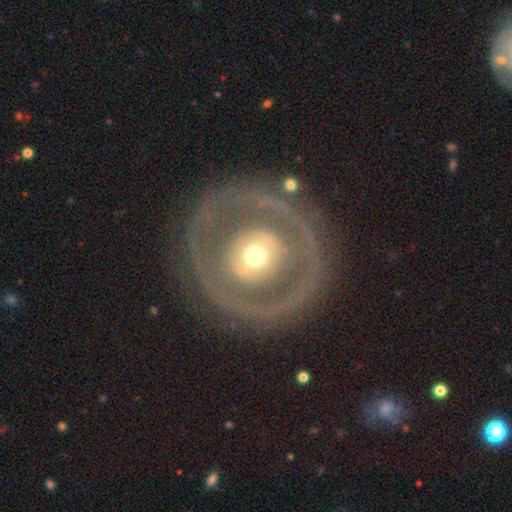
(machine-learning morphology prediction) Overall: featured or disk (65%; smooth 28%). Edge-on disk: no (95%). Bar: no (82%). Spiral arms: no (75%). Bulge size: moderate (64%). Merging: none (74%).